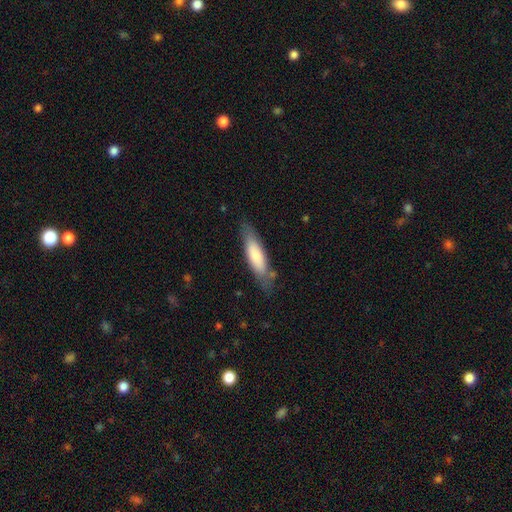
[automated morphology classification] This appears to be a smooth galaxy with no disk features (75%) that is cigar-shaped (64%). Merging: none (74%).